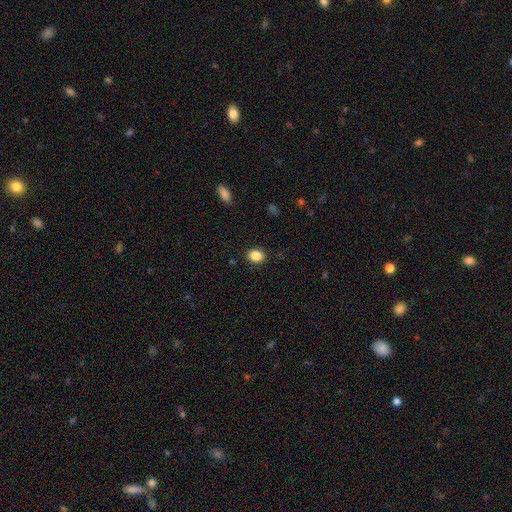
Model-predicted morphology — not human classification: smooth-or-featured: smooth: 86% | star or artifact: 10% | featured or disk: 4%
  how-rounded: round: 50% | in between: 49% | cigar-shaped: 1%
  merging: none: 88% | minor disturbance: 8% | major disturbance: 2% | merger: 1%